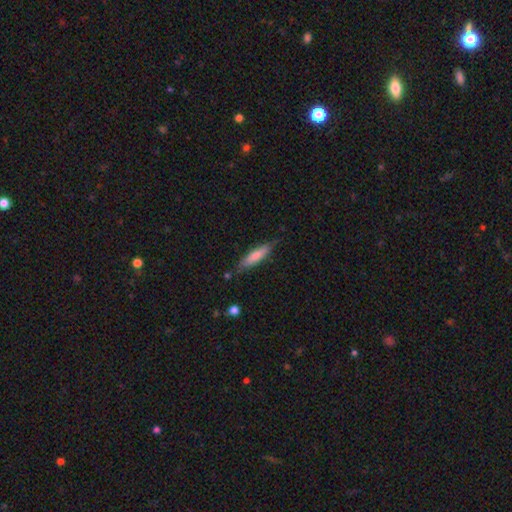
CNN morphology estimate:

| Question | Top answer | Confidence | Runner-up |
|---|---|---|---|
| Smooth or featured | smooth | 72% | featured or disk (22%) |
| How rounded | cigar-shaped | 74% | in between (25%) |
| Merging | none | 75% | minor disturbance (19%) |